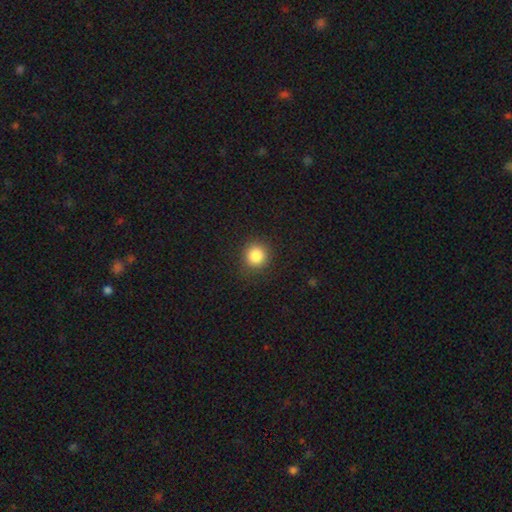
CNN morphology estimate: This appears to be a smooth galaxy with no disk features (85%) that is round (90%). Merging: none (89%).